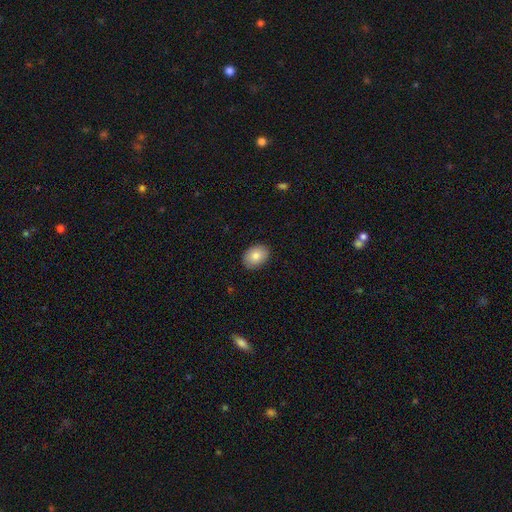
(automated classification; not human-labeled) This appears to be a smooth galaxy with no disk features (84%) that is in between round and cigar-shaped (76%). Merging: none (89%).